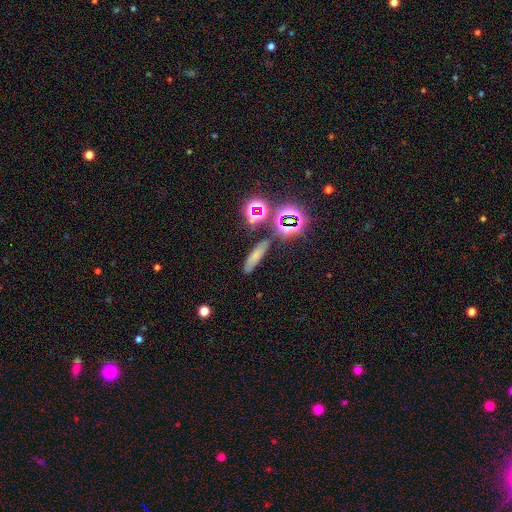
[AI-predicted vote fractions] Smooth or featured: smooth — 57% (star or artifact — 26%)
How rounded: cigar-shaped — 64% (in between — 27%)
Merging: none — 76% (minor disturbance — 12%)